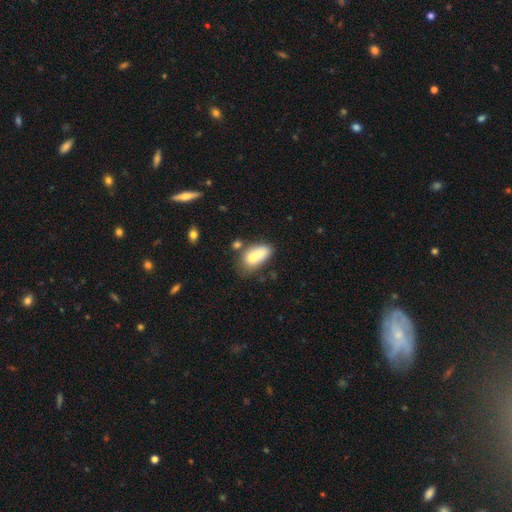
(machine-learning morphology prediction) This appears to be a smooth galaxy with no disk features (67%) that is in between round and cigar-shaped (84%). Merging: merger (54%).